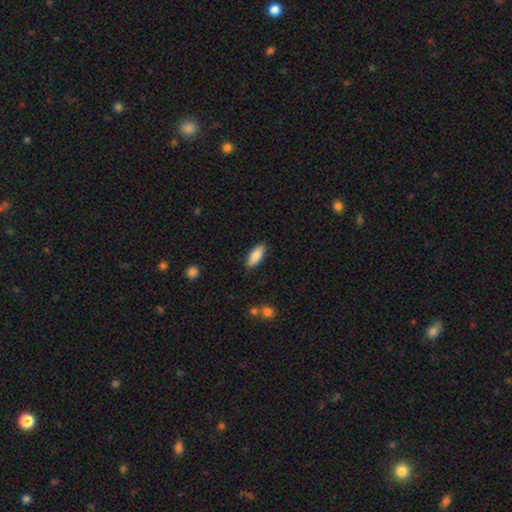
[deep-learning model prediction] Smooth or featured?
  - smooth: 85% *
  - featured or disk: 9%
  - star or artifact: 6%
How rounded?
  - in between: 79% *
  - cigar-shaped: 19%
  - round: 2%
Merging?
  - none: 87% *
  - minor disturbance: 9%
  - major disturbance: 2%
  - merger: 1%